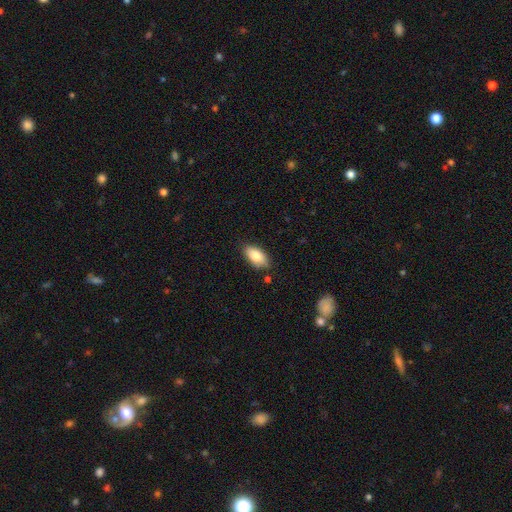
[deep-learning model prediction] Q: Smooth or featured?
A: smooth (83%); runner-up: featured or disk (10%)
Q: How rounded?
A: in between (91%); runner-up: cigar-shaped (6%)
Q: Merging?
A: none (82%); runner-up: minor disturbance (13%)